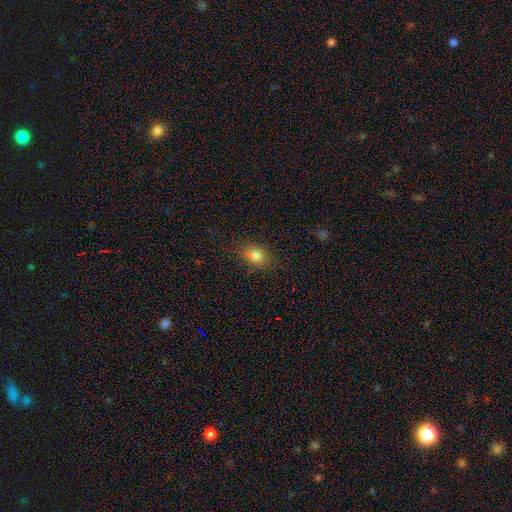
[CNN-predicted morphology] This is clearly a smooth galaxy (81%). How rounded: possibly in between (55%). Merging: clearly none (81%).